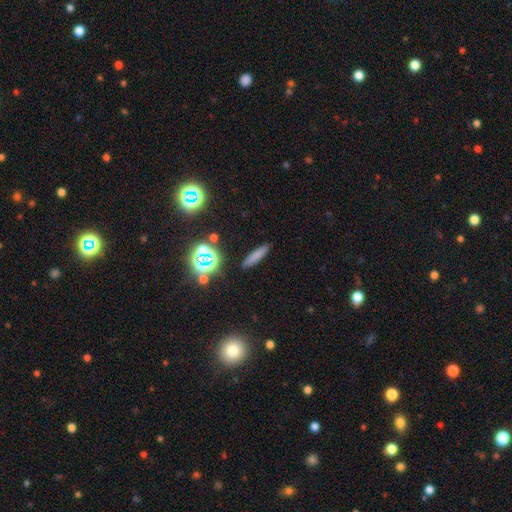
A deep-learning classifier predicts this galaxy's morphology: Smooth or featured? smooth (71%)
How rounded? cigar-shaped (85%)
Merging? none (88%)